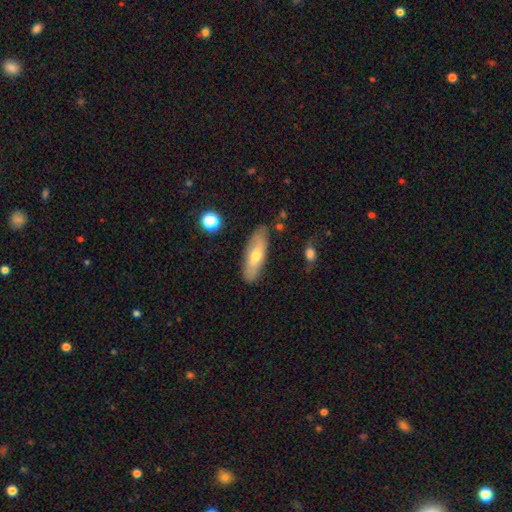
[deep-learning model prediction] Smooth or featured? Predicted: smooth (p=0.60). How rounded? Predicted: in between (p=0.55). Merging? Predicted: none (p=0.83).